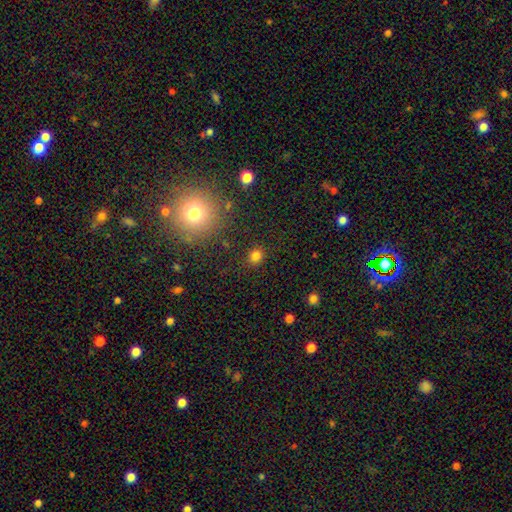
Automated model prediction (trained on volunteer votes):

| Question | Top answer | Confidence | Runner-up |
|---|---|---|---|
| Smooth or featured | smooth | 80% | star or artifact (16%) |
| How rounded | round | 80% | in between (19%) |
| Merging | none | 86% | minor disturbance (8%) |